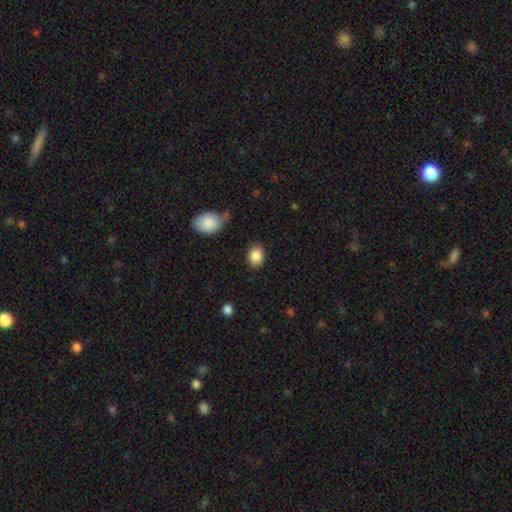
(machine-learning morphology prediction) Q: Smooth or featured?
A: smooth (87%); runner-up: star or artifact (8%)
Q: How rounded?
A: in between (69%); runner-up: round (30%)
Q: Merging?
A: none (85%); runner-up: minor disturbance (11%)